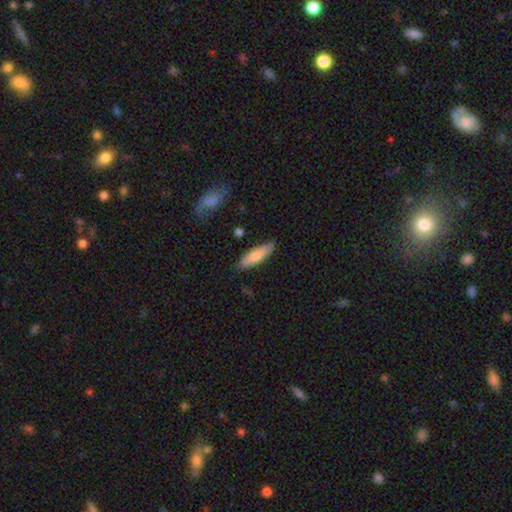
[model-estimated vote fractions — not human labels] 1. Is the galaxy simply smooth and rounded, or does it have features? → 74% smooth, 20% featured or disk, 6% star or artifact.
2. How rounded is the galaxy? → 59% cigar-shaped, 39% in between, 2% round.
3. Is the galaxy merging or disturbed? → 85% none, 11% minor disturbance, 2% major disturbance, 2% merger.